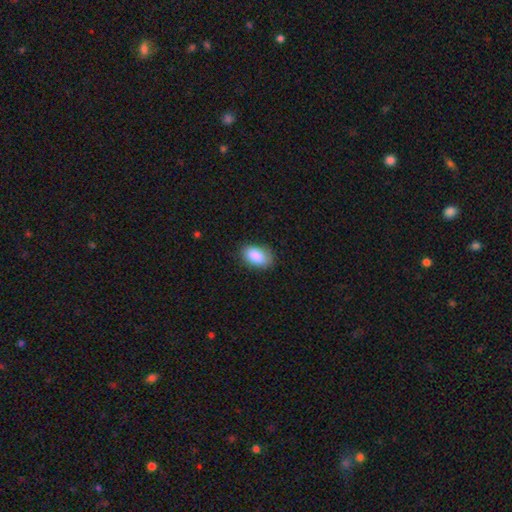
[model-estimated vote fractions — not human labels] This appears to be a smooth galaxy with no disk features (88%) that is in between round and cigar-shaped (91%). Merging: none (83%).